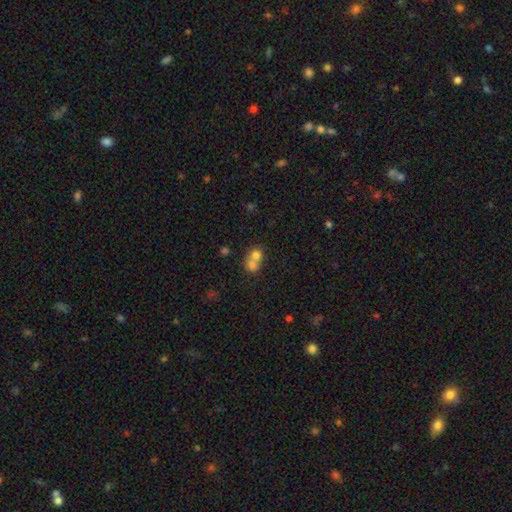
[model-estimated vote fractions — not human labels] Morphology: type=smooth (72%); roundness=round (76%); merging=merger (68%).